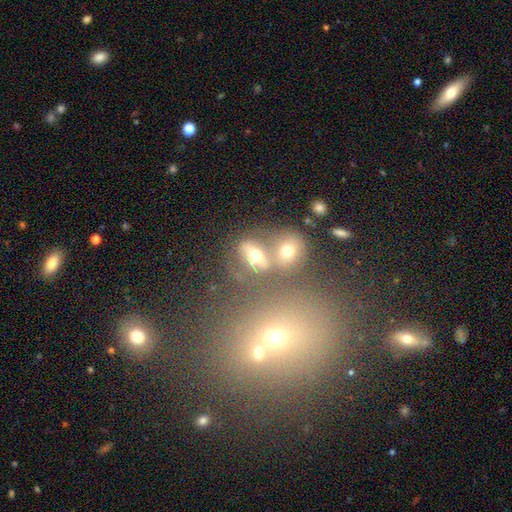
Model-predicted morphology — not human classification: Overall: smooth (51%; featured or disk 30%). How rounded: in between (56%; round 33%). Merging: none (45%; merger 37%).